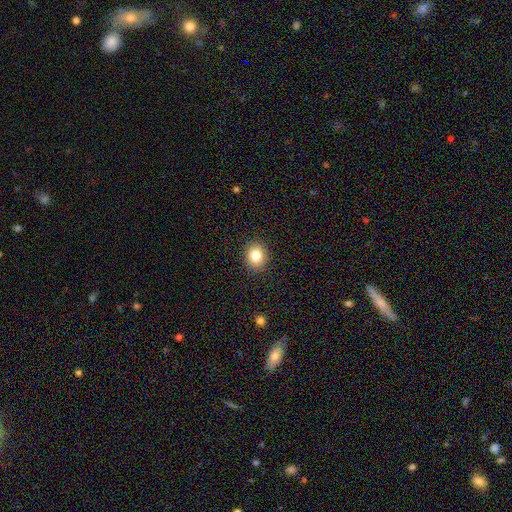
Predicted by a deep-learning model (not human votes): Smooth or featured?
  - smooth: 83% *
  - star or artifact: 10%
  - featured or disk: 7%
How rounded?
  - round: 63% *
  - in between: 36%
  - cigar-shaped: 1%
Merging?
  - none: 90% *
  - minor disturbance: 7%
  - major disturbance: 2%
  - merger: 1%